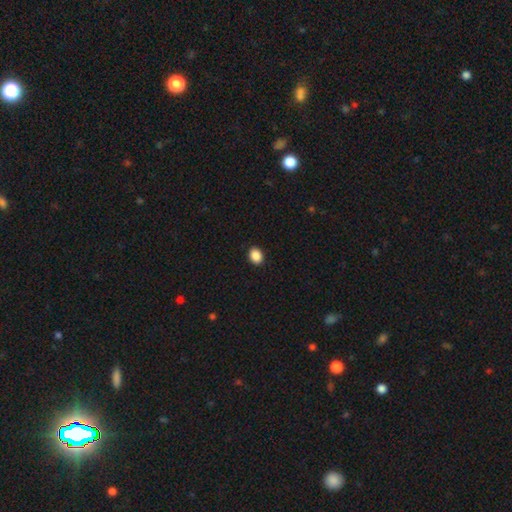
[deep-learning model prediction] smooth_or_featured: smooth (p=0.89) [alt: star or artifact p=0.09]
how_rounded: in between (p=0.56) [alt: round p=0.43]
merging: none (p=0.91) [alt: minor disturbance p=0.06]